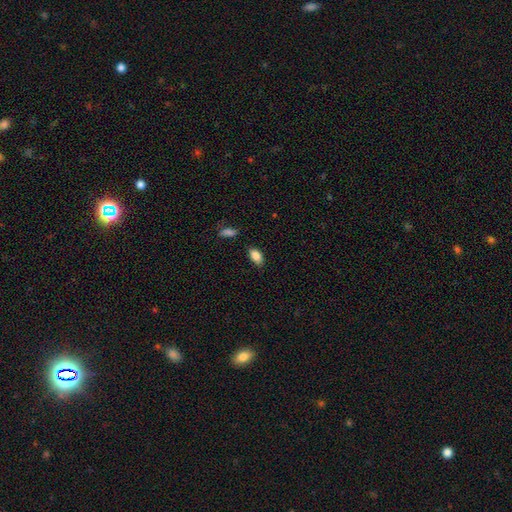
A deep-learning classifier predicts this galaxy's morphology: A smooth galaxy with no disk features (85%) that is in between round and cigar-shaped (91%). Merging: none (80%).